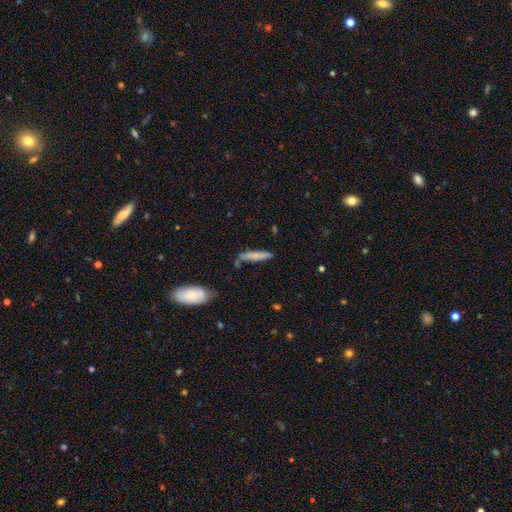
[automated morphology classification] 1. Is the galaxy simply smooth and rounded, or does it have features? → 73% smooth, 20% featured or disk, 7% star or artifact.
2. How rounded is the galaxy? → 86% cigar-shaped, 13% in between, 2% round.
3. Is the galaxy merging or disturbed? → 57% none, 27% minor disturbance, 9% major disturbance, 8% merger.